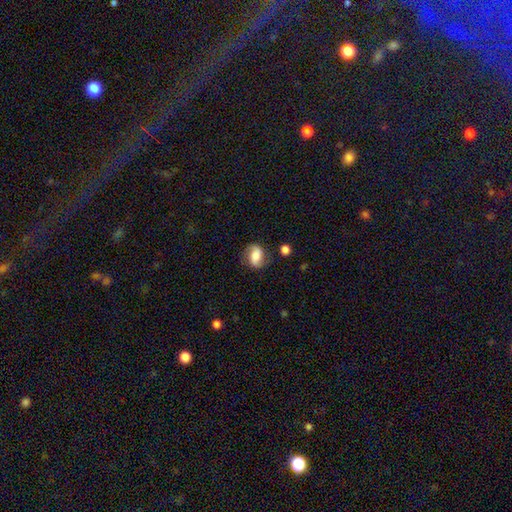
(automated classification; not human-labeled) smooth-or-featured: featured or disk: 52% | smooth: 40% | star or artifact: 9%
  disk-edge-on: no: 96% | yes: 4%
  merging: none: 72% | minor disturbance: 18% | major disturbance: 7% | merger: 3%